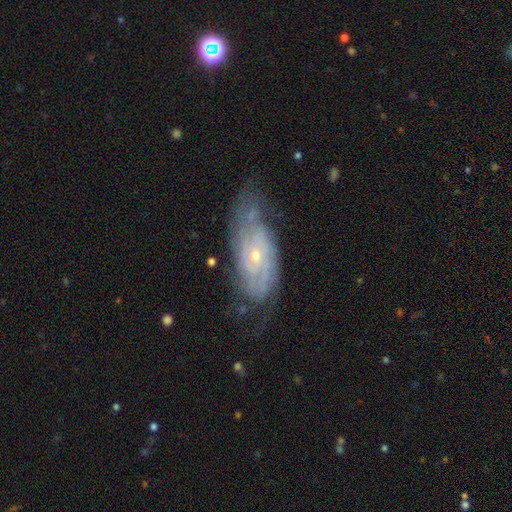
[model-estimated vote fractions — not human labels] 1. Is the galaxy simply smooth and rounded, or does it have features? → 81% featured or disk, 13% smooth, 7% star or artifact.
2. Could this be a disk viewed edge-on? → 92% no, 8% yes.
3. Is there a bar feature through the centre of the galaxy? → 70% no, 25% weak, 5% strong.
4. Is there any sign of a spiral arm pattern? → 92% yes, 8% no.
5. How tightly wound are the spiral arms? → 60% tight, 31% medium, 9% loose.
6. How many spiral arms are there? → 40% can't tell, 34% 2, 12% 3, 6% 4, 4% 1, 4% more than 4.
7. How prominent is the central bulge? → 70% small, 27% moderate, 1% none, 1% large, 1% dominant.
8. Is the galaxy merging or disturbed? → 60% none, 26% minor disturbance, 11% major disturbance, 3% merger.